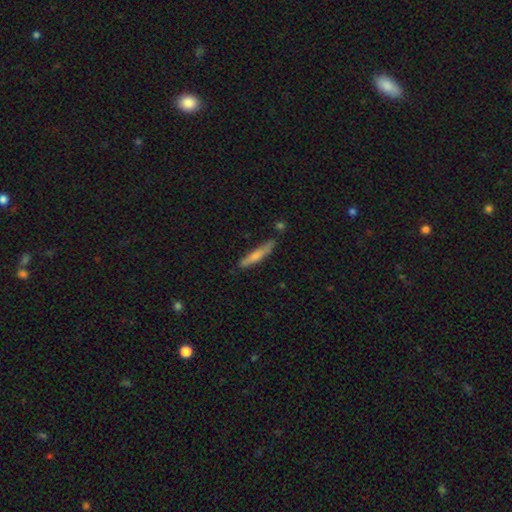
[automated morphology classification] Overall: smooth (67%). How rounded: cigar-shaped (91%). Merging: none (76%).